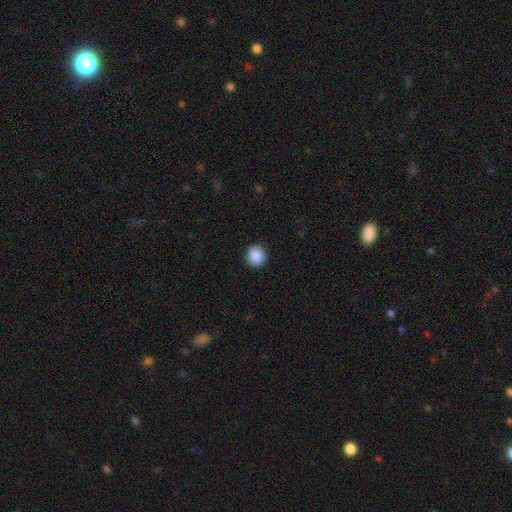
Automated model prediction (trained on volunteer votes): Smooth or featured? Predicted: smooth (p=0.89). How rounded? Predicted: round (p=0.86). Merging? Predicted: none (p=0.90).